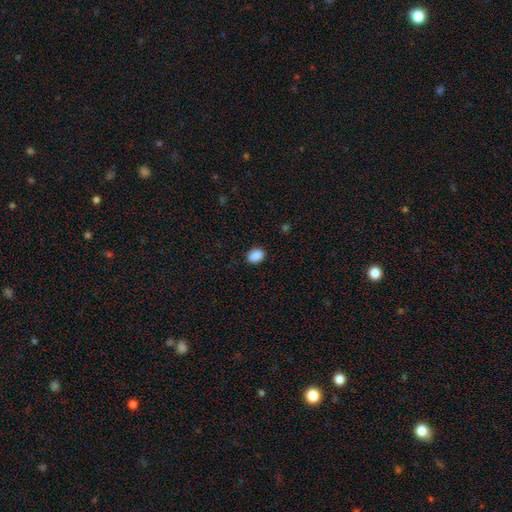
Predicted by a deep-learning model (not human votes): The model was most divided on "how rounded": in between: 73%, round: 25%, cigar-shaped: 1%. More confident: smooth or featured — smooth (89%); merging — none (87%).